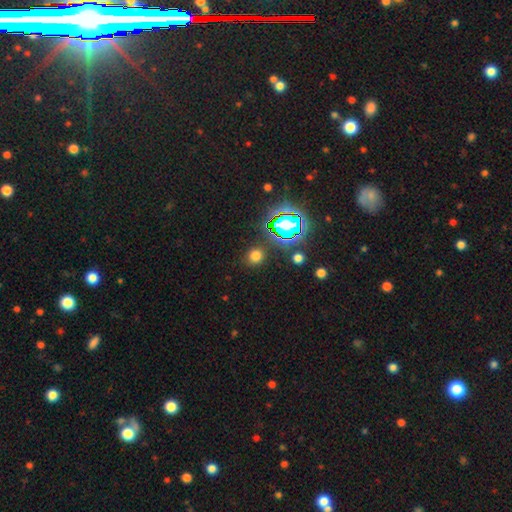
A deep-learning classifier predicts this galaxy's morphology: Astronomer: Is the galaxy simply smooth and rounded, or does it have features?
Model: smooth — 68%.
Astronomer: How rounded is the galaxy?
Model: round — 87%.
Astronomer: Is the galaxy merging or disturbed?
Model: none — 87%.